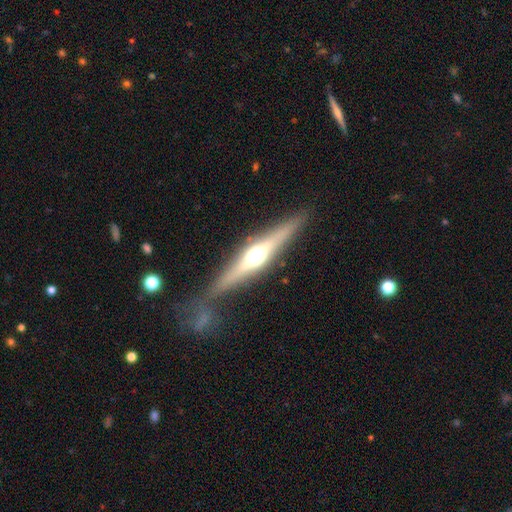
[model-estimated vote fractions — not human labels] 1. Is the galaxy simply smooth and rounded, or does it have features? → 72% featured or disk, 21% smooth, 7% star or artifact.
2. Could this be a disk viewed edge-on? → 96% yes, 4% no.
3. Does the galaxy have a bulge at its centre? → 93% rounded, 4% boxy, 2% none.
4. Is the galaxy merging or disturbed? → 85% none, 10% minor disturbance, 3% major disturbance, 3% merger.